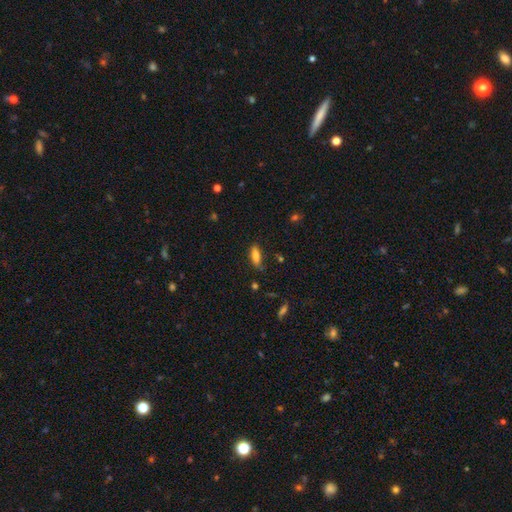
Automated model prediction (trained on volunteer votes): Morphology: type=smooth (79%); roundness=in between (67%); merging=none (73%).